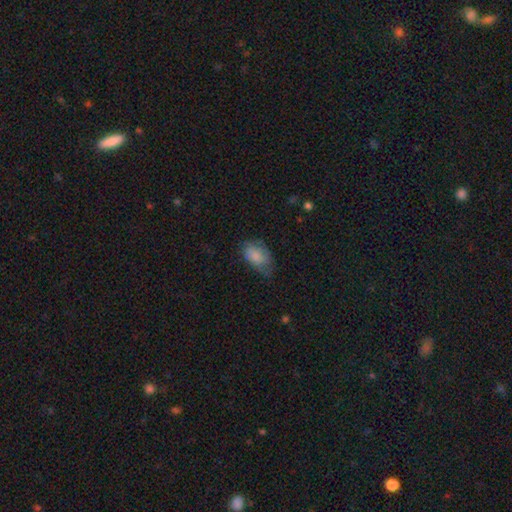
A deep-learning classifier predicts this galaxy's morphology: smooth_or_featured: smooth (p=0.80) [alt: featured or disk p=0.13]
how_rounded: in between (p=0.90) [alt: round p=0.09]
merging: none (p=0.48) [alt: minor disturbance p=0.37]